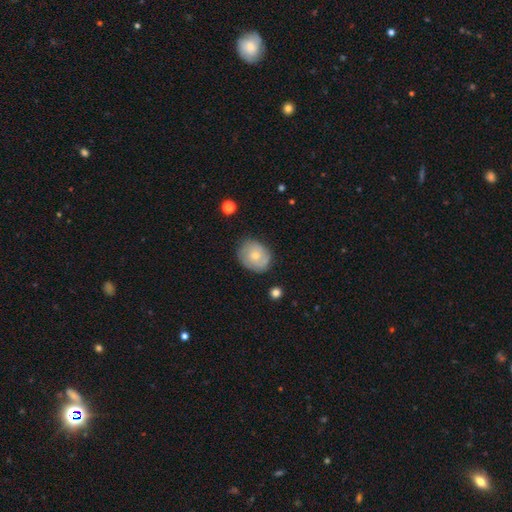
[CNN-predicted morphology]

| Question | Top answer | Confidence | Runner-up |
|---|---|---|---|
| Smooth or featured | smooth | 51% | featured or disk (42%) |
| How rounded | round | 61% | in between (38%) |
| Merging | none | 74% | minor disturbance (19%) |